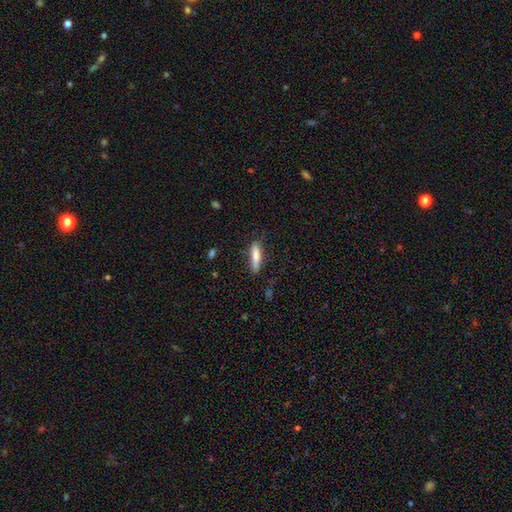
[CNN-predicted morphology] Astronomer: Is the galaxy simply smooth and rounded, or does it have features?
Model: smooth — 79%.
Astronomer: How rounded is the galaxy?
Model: cigar-shaped — 76%.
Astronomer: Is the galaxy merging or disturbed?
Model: none — 80%.